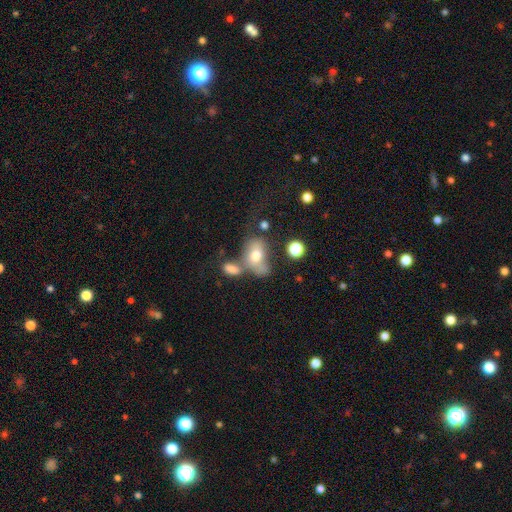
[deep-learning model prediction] Overall: smooth (67%). How rounded: in between (83%). Merging: merger (38%; none 28%).